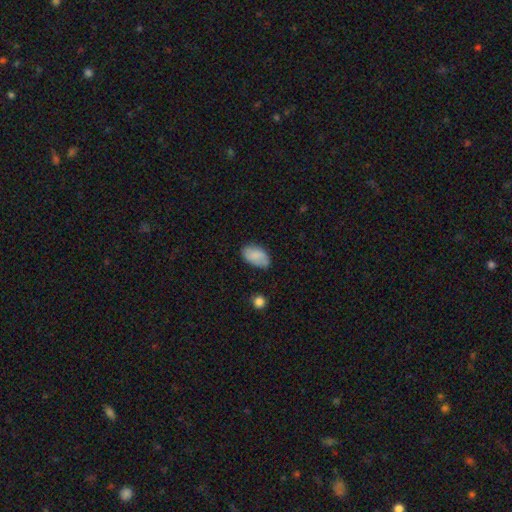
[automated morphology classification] This appears to be a smooth galaxy with no disk features (80%) that is in between round and cigar-shaped (93%). Merging: none (74%).